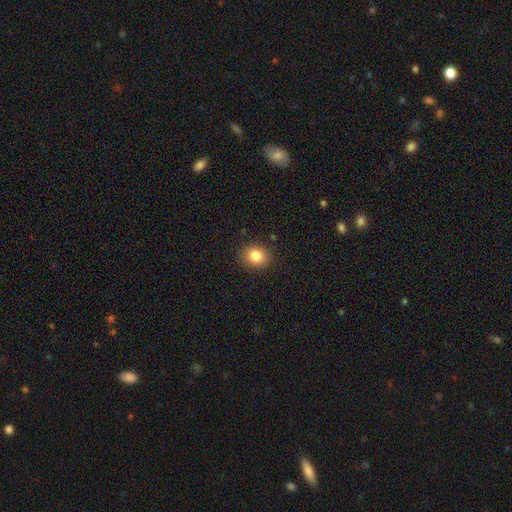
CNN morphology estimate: Smooth or featured: smooth — 84% (star or artifact — 10%)
How rounded: round — 66% (in between — 34%)
Merging: none — 88% (minor disturbance — 9%)